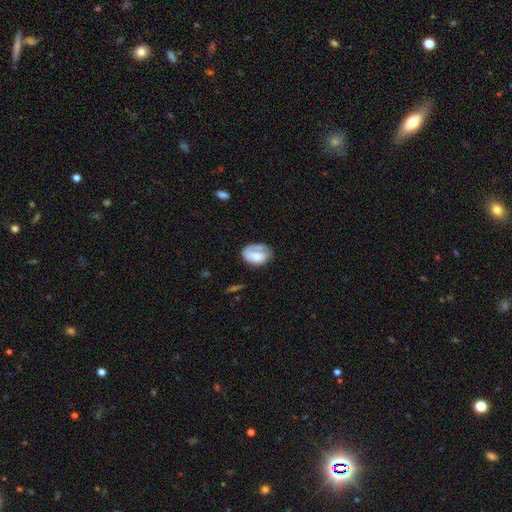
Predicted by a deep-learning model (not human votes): Morphology: type=smooth (58%); roundness=in between (84%); merging=none (49%).